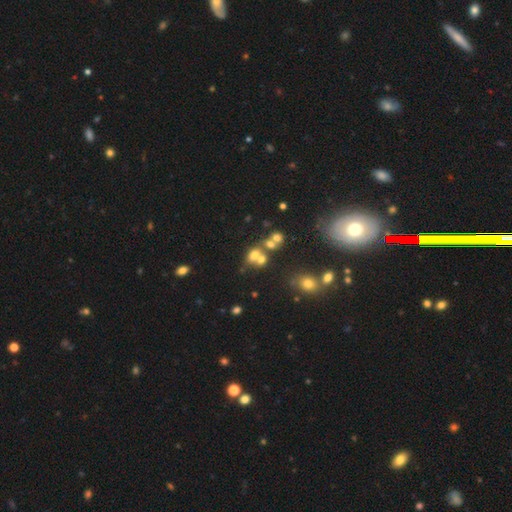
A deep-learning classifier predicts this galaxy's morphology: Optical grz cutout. It shows a star or artifact, not a galaxy (48%).